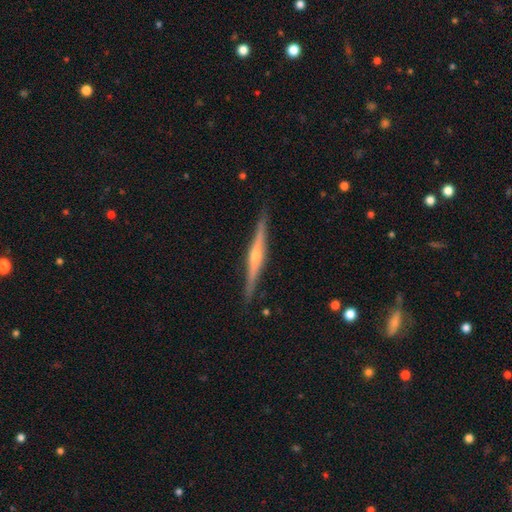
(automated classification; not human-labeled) Morphology: type=featured or disk (78%); edge-on=yes (98%); edge-on bulge=rounded (80%); merging=none (90%).